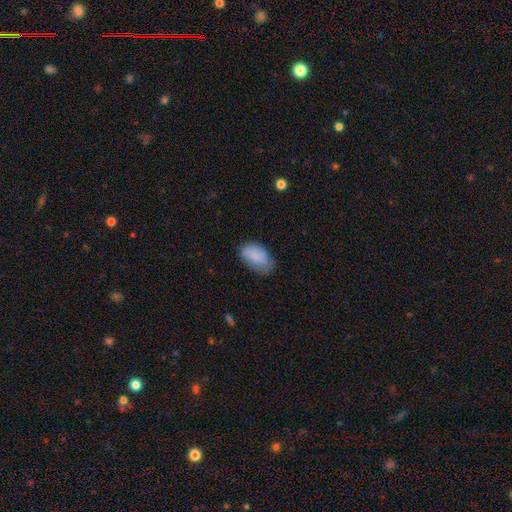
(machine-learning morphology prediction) type=smooth (82%); roundness=in between (92%); merging=none (59%).